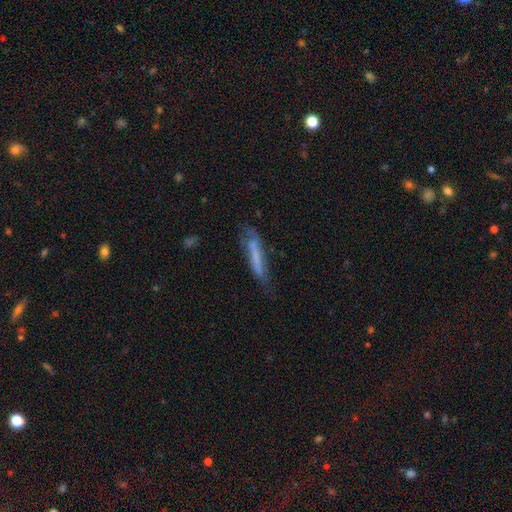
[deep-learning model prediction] A smooth galaxy with no disk features (54%) that is cigar-shaped (90%). Merging: none (54%).